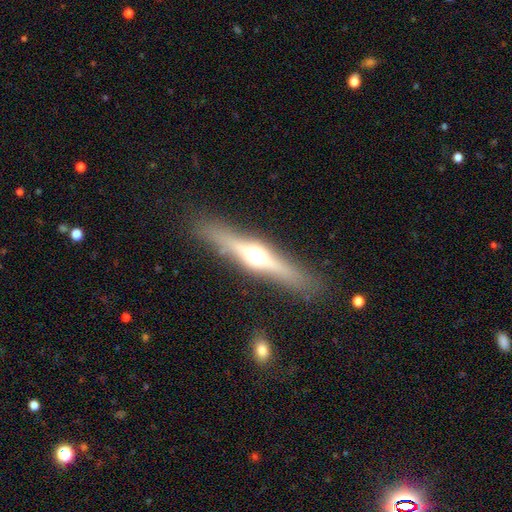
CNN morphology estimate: This is likely a featured or disk galaxy (67%). It is clearly viewed edge-on (95%). Edge-on bulge: clearly rounded (94%). Merging: clearly none (87%).